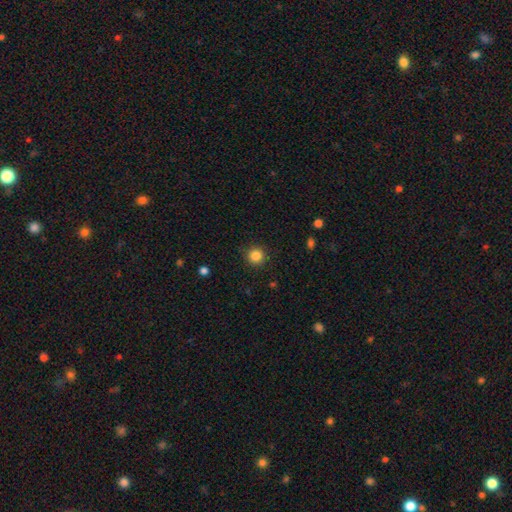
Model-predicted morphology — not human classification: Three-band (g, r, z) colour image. It shows a smooth galaxy with no disk features (85%) that is round (94%). Merging: none (89%).